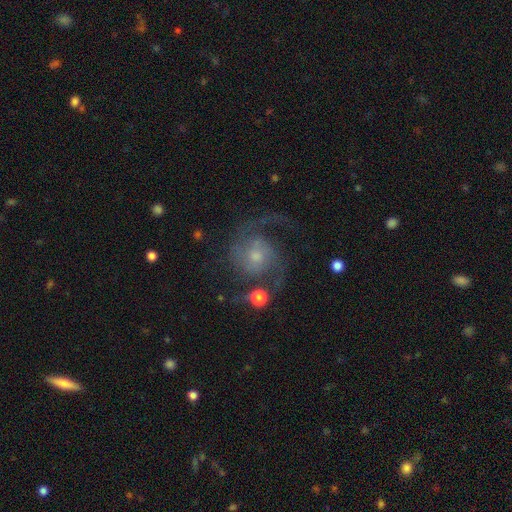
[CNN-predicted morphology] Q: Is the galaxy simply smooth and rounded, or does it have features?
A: featured or disk — 83%.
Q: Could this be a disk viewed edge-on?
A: no — 98%.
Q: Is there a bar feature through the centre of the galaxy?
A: no — 66%.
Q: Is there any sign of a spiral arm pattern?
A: yes — 96%.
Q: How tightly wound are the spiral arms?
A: medium — 51%.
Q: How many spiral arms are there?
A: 2 — 79%.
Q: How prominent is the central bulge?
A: small — 49%.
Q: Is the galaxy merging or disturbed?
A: none — 61%.